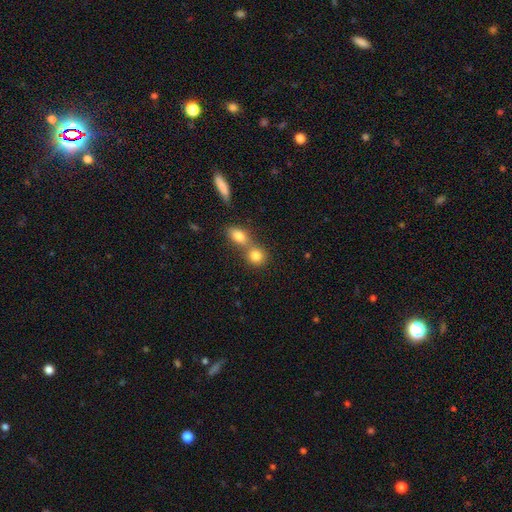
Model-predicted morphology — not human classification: type=smooth (82%); roundness=round (75%); merging=merger (52%).